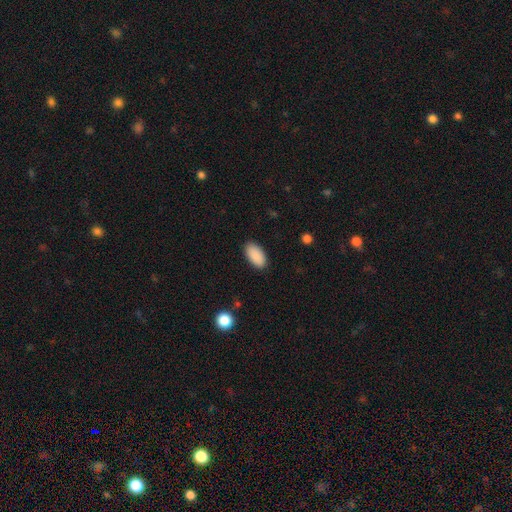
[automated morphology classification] Smooth or featured? Predicted: smooth (p=0.90). How rounded? Predicted: in between (p=0.95). Merging? Predicted: none (p=0.88).